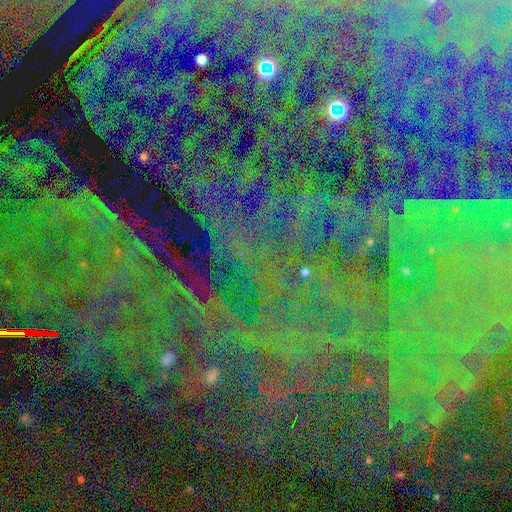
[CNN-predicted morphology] A star or artifact, not a galaxy (86%).